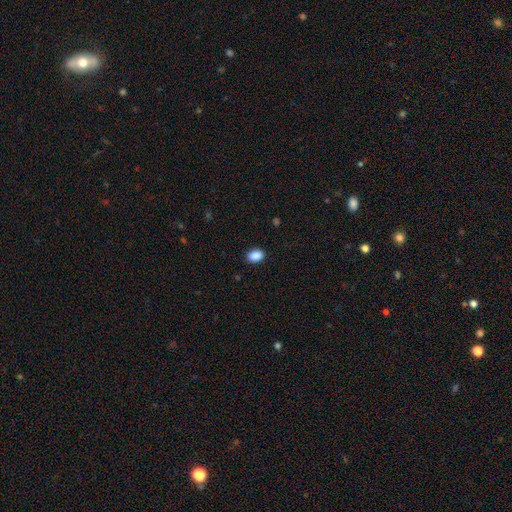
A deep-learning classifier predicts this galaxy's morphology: Smooth or featured? smooth (89%)
How rounded? in between (83%)
Merging? none (88%)